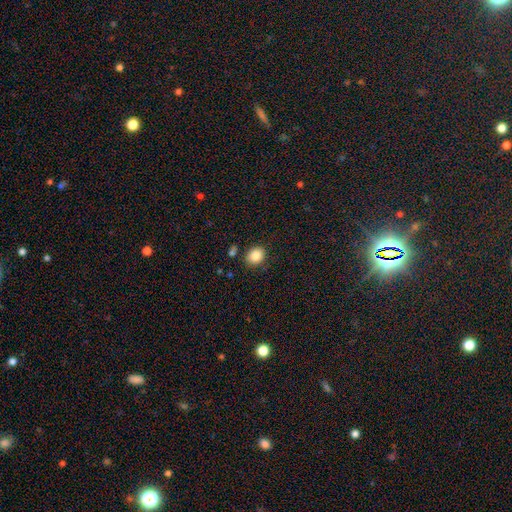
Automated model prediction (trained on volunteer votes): This appears to be a smooth galaxy with no disk features (85%) that is round (53%). Merging: none (84%).